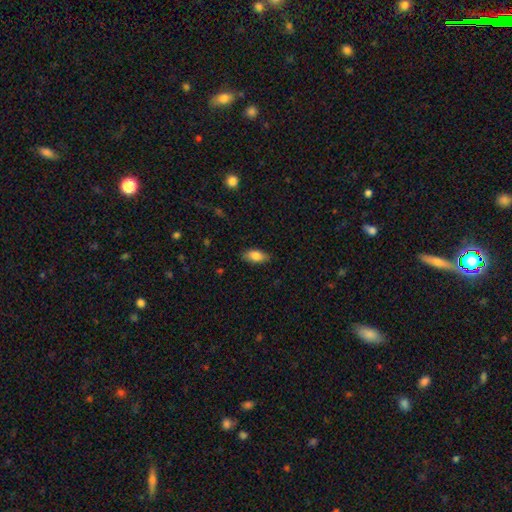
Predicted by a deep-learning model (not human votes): smooth 82%, featured or disk 11%, star or artifact 7%. Down the decision tree: how rounded — in between (88%); merging — none (85%).